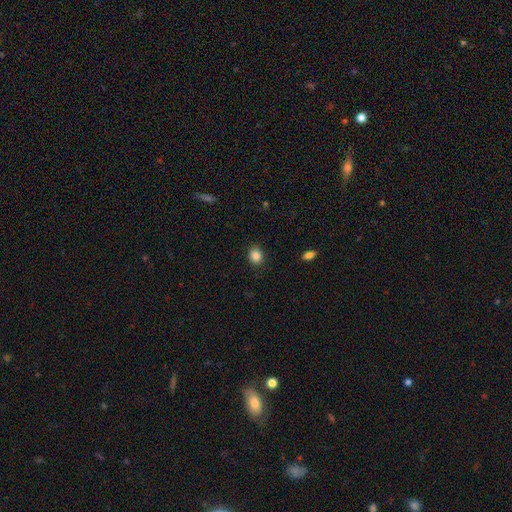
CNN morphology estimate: This is clearly a smooth galaxy (87%). How rounded: possibly round (57%). Merging: clearly none (87%).